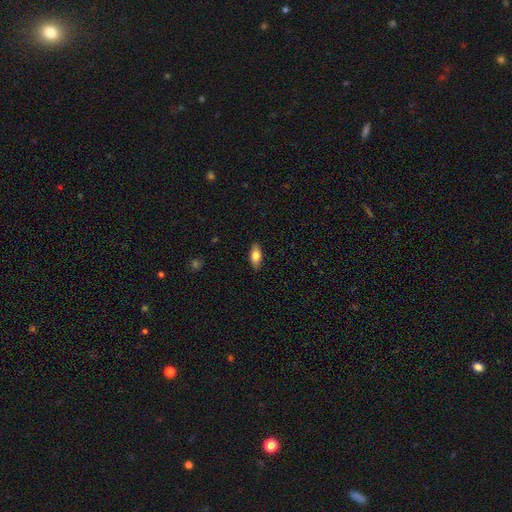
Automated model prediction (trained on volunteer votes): Q: Smooth or featured?
A: smooth (80%); runner-up: featured or disk (14%)
Q: How rounded?
A: in between (85%); runner-up: cigar-shaped (12%)
Q: Merging?
A: none (87%); runner-up: minor disturbance (10%)